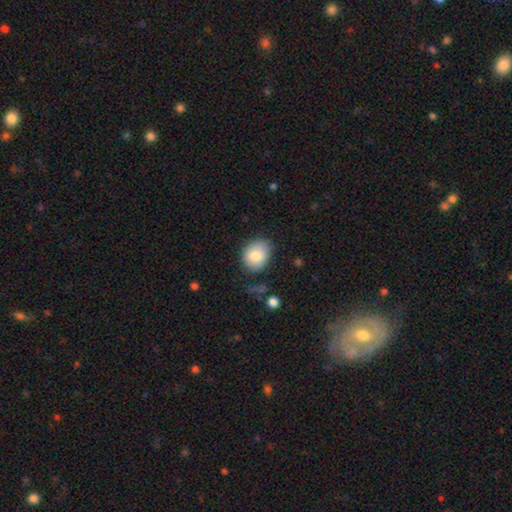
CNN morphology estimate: This appears to be a smooth galaxy with no disk features (83%) that is in between round and cigar-shaped (53%). Merging: none (70%).